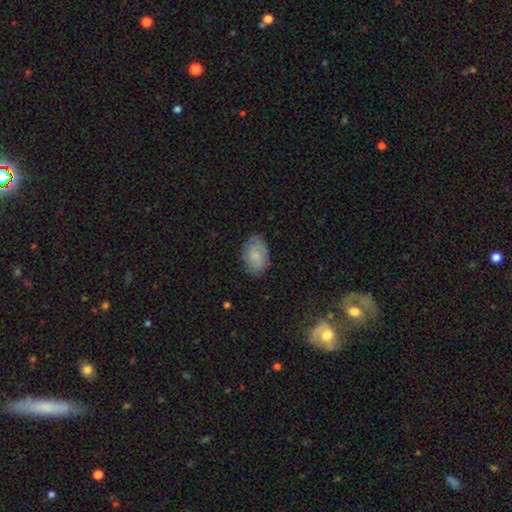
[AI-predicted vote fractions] This appears to be a smooth galaxy with no disk features (63%) that is in between round and cigar-shaped (88%). Merging: none (76%).